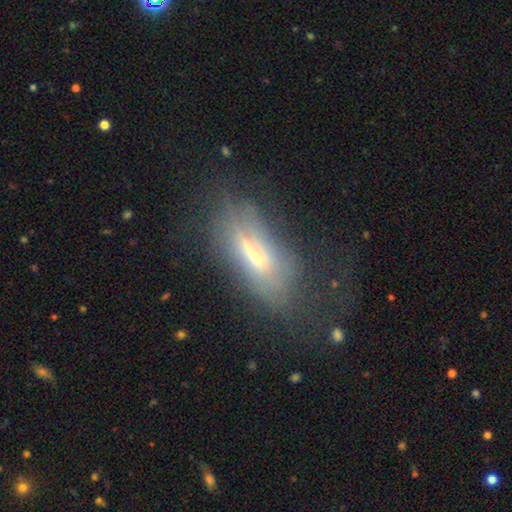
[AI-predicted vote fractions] Smooth or featured? smooth (46%)
Merging? none (48%)